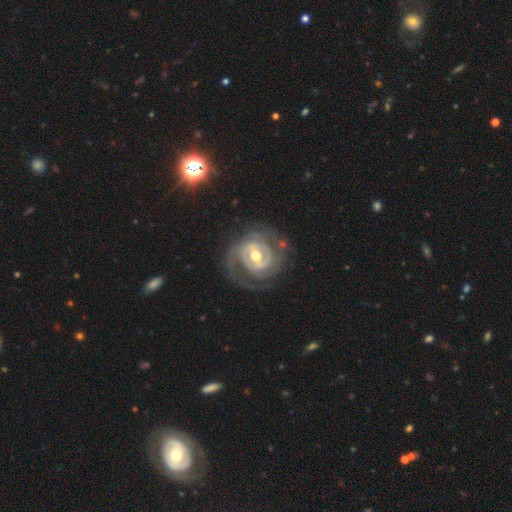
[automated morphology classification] type=featured or disk (89%); edge-on=no (97%); bar=weak (42%); spiral arms=yes (94%); winding=tight (61%); arm count=2 (54%); bulge=moderate (71%); merging=none (73%).